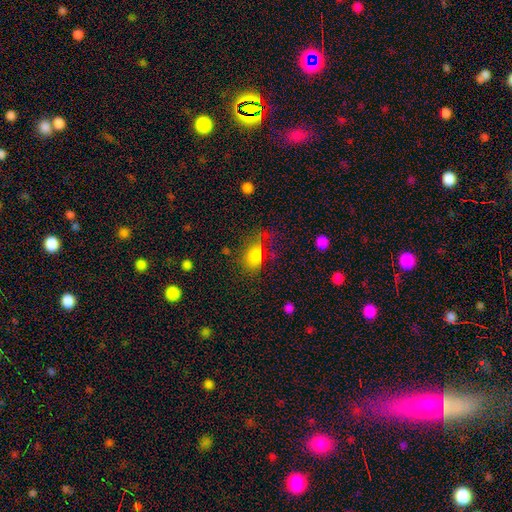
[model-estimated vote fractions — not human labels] Smooth or featured: smooth — 75% (featured or disk — 13%)
How rounded: in between — 73% (round — 24%)
Merging: none — 40% (major disturbance — 31%)